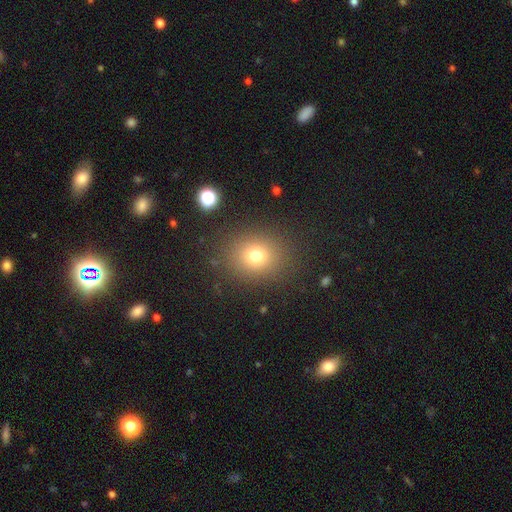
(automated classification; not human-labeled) Smooth or featured? smooth (74%)
How rounded? round (67%)
Merging? none (85%)